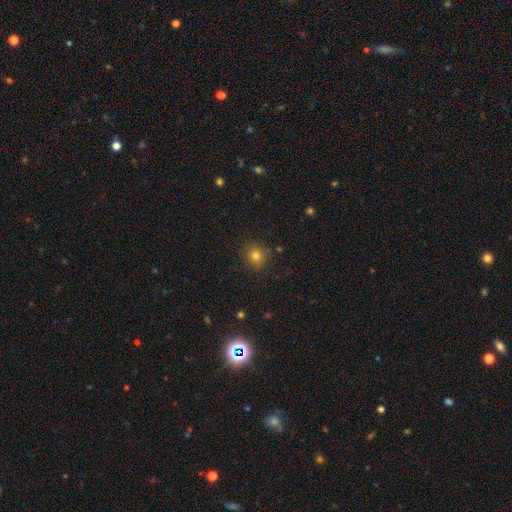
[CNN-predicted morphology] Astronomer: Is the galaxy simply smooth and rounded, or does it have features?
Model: smooth — 78%.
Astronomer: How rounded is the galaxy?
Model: round — 88%.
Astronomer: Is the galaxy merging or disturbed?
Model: none — 85%.